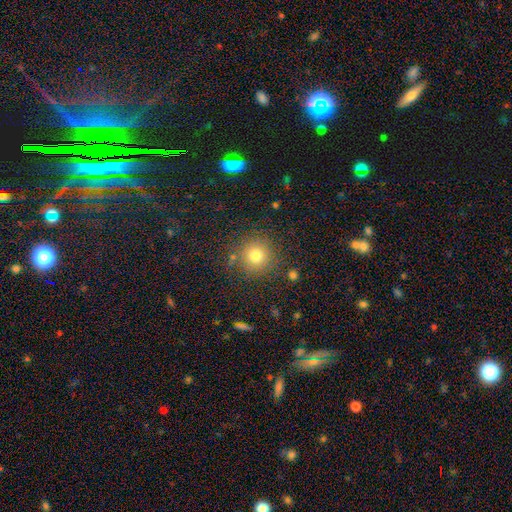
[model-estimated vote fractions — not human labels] A smooth galaxy with no disk features (77%) that is round (93%). Merging: none (85%).